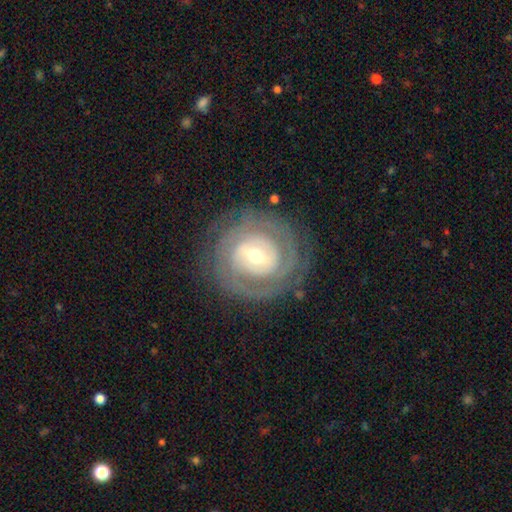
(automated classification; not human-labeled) Smooth or featured? Predicted: featured or disk (p=0.83). Edge-on disk? Predicted: no (p=0.96). Bar? Predicted: weak (p=0.46). Spiral arms? Predicted: yes (p=0.87). Spiral winding? Predicted: tight (p=0.77). Spiral arm count? Predicted: 2 (p=0.38). Bulge size? Predicted: moderate (p=0.54). Merging? Predicted: none (p=0.81).